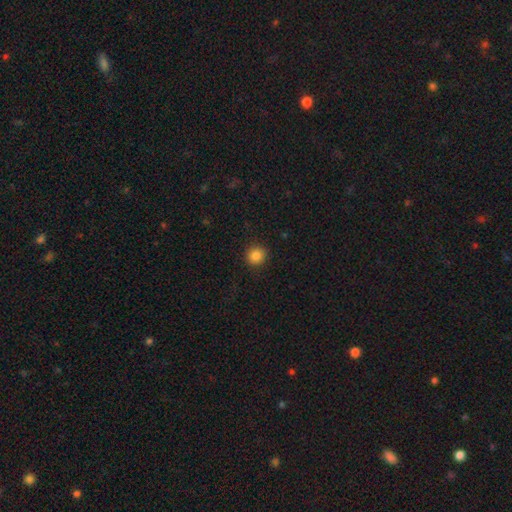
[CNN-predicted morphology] type=smooth (84%); roundness=round (93%); merging=none (92%).